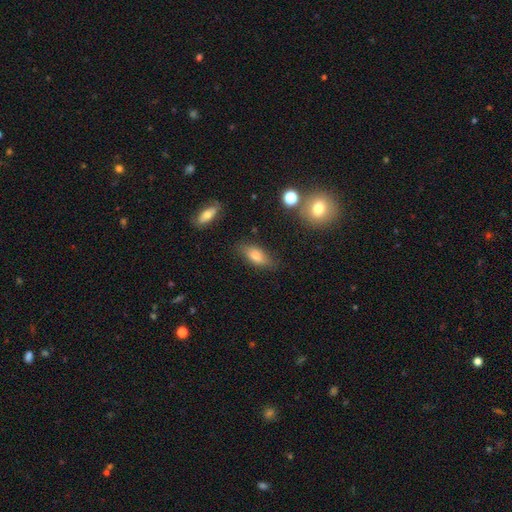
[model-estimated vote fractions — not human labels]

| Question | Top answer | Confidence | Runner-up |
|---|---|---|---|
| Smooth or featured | smooth | 73% | featured or disk (18%) |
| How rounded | in between | 76% | cigar-shaped (20%) |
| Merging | none | 78% | minor disturbance (16%) |